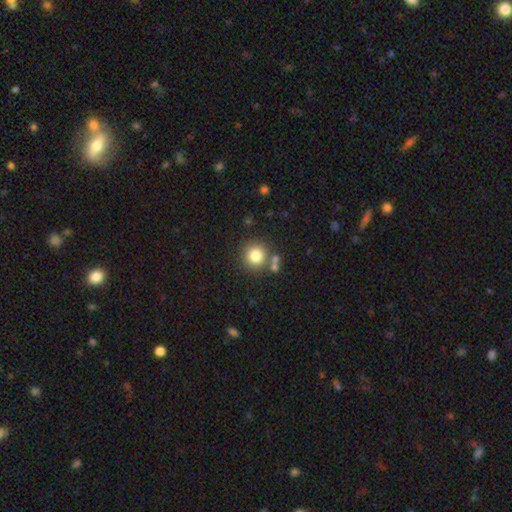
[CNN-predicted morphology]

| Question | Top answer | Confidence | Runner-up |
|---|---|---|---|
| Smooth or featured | smooth | 80% | star or artifact (12%) |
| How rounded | round | 92% | in between (7%) |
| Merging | none | 77% | merger (11%) |